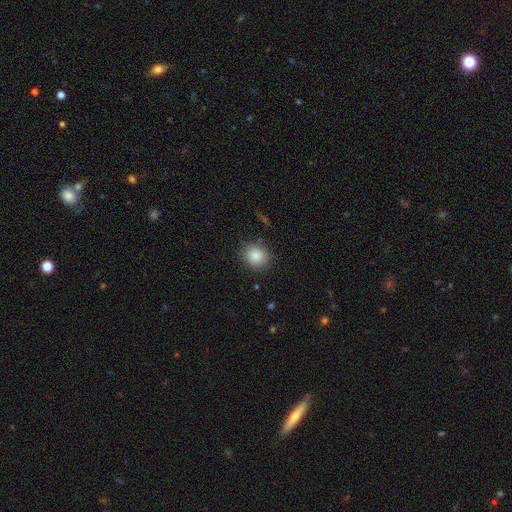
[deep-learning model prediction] Smooth or featured? smooth (86%)
How rounded? round (79%)
Merging? none (87%)